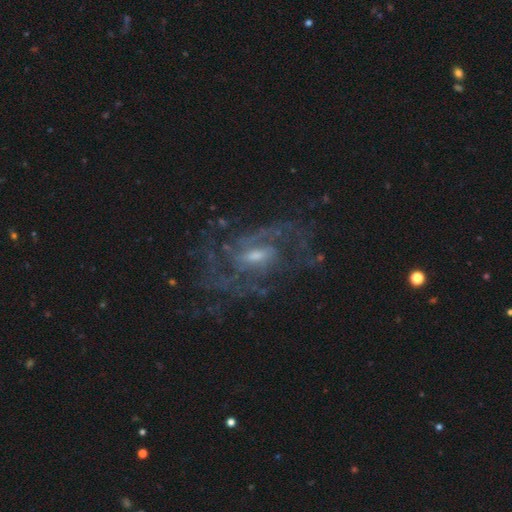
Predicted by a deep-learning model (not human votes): Smooth or featured?
  - featured or disk: 87% *
  - star or artifact: 7%
  - smooth: 6%
Edge-on disk?
  - no: 96% *
  - yes: 4%
Bar?
  - weak: 54% *
  - no: 26%
  - strong: 20%
Spiral arms?
  - yes: 93% *
  - no: 7%
Spiral winding?
  - medium: 47% *
  - tight: 34%
  - loose: 18%
Spiral arm count?
  - 2: 42% *
  - can't tell: 25%
  - 3: 15%
  - 4: 7%
  - 1: 5%
  - more than 4: 5%
Bulge size?
  - moderate: 46% *
  - small: 44%
  - none: 5%
  - large: 4%
  - dominant: 1%
Merging?
  - none: 66% *
  - minor disturbance: 17%
  - major disturbance: 15%
  - merger: 2%